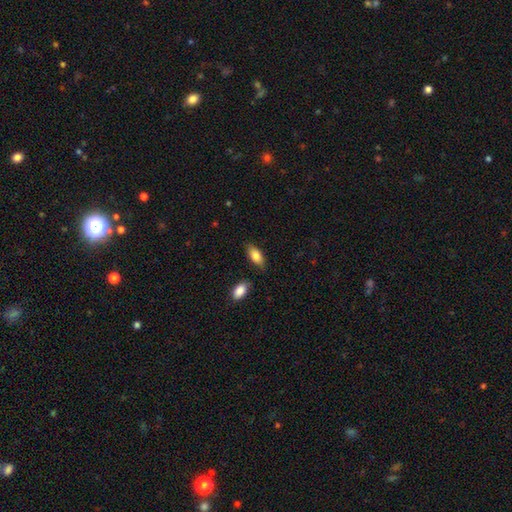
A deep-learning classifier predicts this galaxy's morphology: This is clearly a smooth galaxy (83%). How rounded: clearly in between (88%). Merging: likely none (79%).